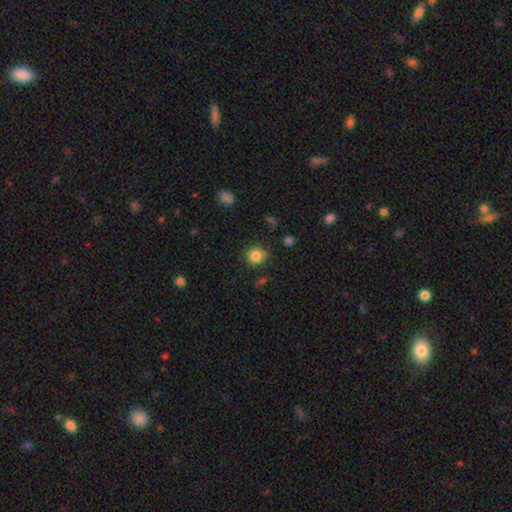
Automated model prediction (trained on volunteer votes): This appears to be a smooth galaxy with no disk features (84%) that is round (85%). Merging: none (78%).